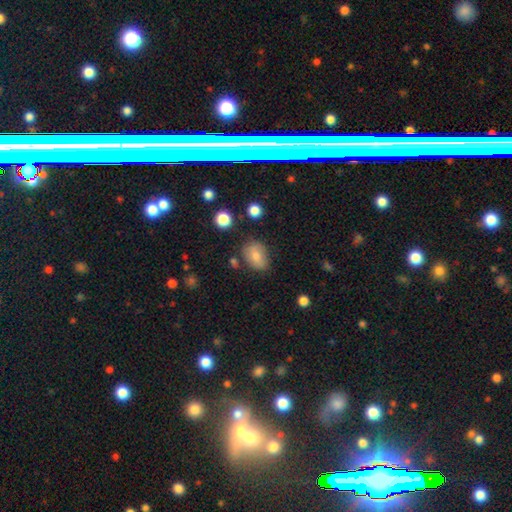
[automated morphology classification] Q: Smooth or featured?
A: smooth (75%); runner-up: featured or disk (16%)
Q: How rounded?
A: in between (68%); runner-up: round (31%)
Q: Merging?
A: none (70%); runner-up: minor disturbance (20%)